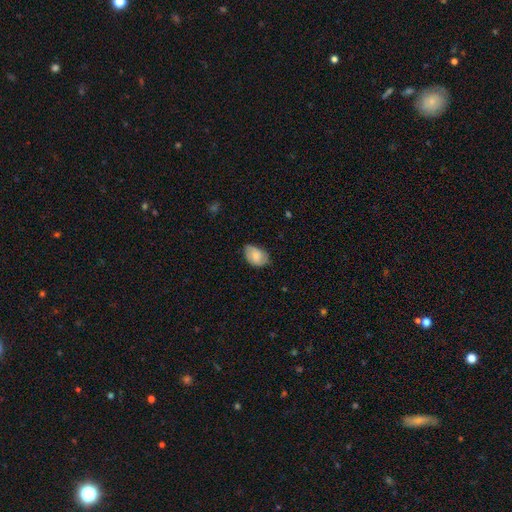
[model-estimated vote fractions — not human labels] A smooth galaxy with no disk features (71%) that is in between round and cigar-shaped (84%). Merging: none (62%).